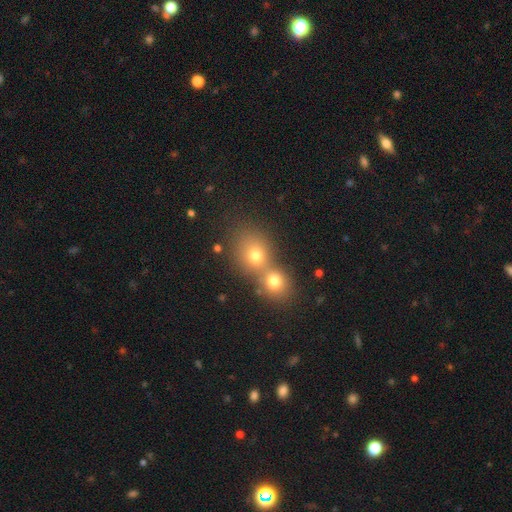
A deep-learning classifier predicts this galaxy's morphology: A smooth galaxy with no disk features (70%) that is round (73%).

Vote fractions:
- Smooth or featured? smooth: 70% / star or artifact: 16% / featured or disk: 13%
- How rounded? round: 73% / in between: 26% / cigar-shaped: 1%
- Merging? merger: 58% / none: 33% / minor disturbance: 6% / major disturbance: 3%